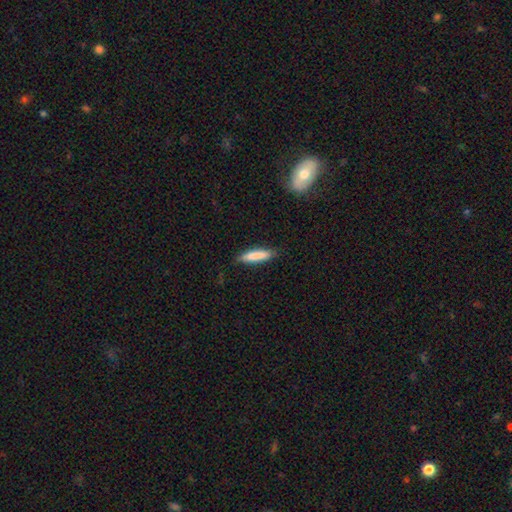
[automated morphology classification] A smooth galaxy with no disk features (82%) that is cigar-shaped (77%).

Vote fractions:
- Smooth or featured? smooth: 82% / featured or disk: 12% / star or artifact: 6%
- How rounded? cigar-shaped: 77% / in between: 21% / round: 1%
- Merging? none: 82% / minor disturbance: 14% / major disturbance: 3% / merger: 1%